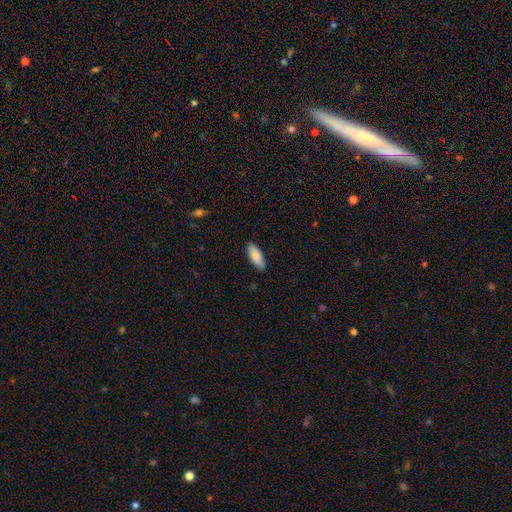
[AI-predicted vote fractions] This is clearly a smooth galaxy (82%). How rounded: likely in between (74%). Merging: clearly none (87%).